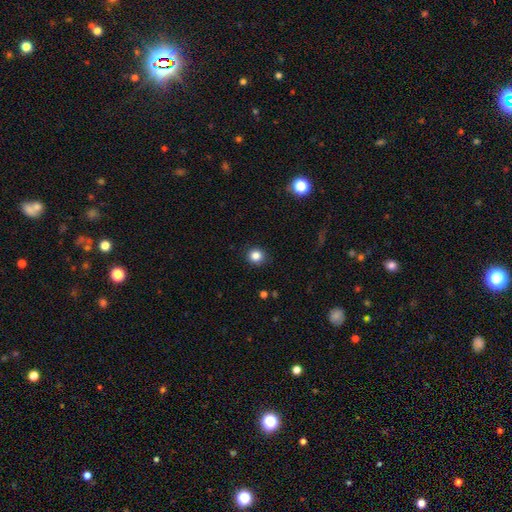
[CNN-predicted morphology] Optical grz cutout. It shows a smooth galaxy with no disk features (84%) that is round (88%). Merging: none (89%).